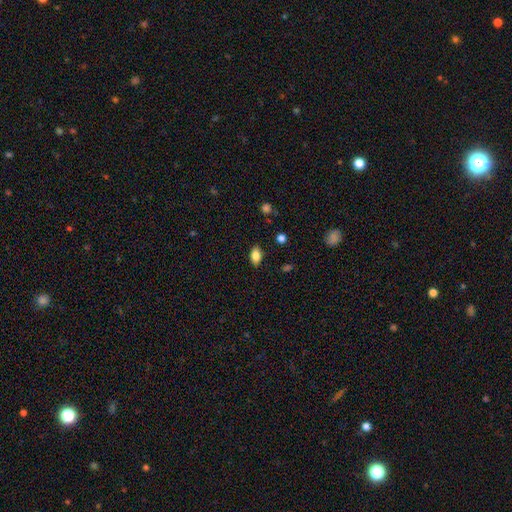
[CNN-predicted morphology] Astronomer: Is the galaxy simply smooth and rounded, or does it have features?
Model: smooth — 81%.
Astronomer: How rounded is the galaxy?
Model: in between — 88%.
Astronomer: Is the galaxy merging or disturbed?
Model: none — 85%.